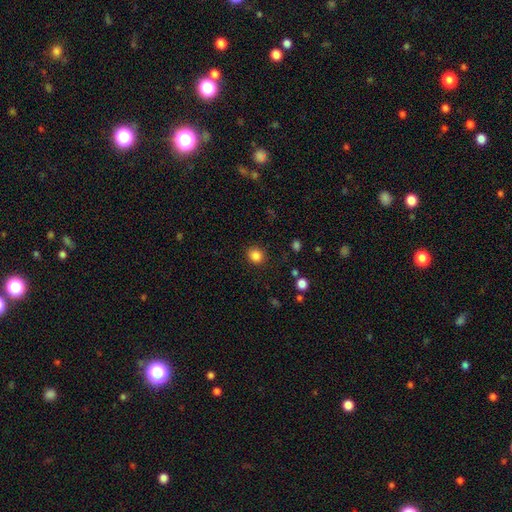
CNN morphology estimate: smooth_or_featured: smooth (p=0.85) [alt: star or artifact p=0.11]
how_rounded: round (p=0.81) [alt: in between p=0.18]
merging: none (p=0.88) [alt: minor disturbance p=0.08]